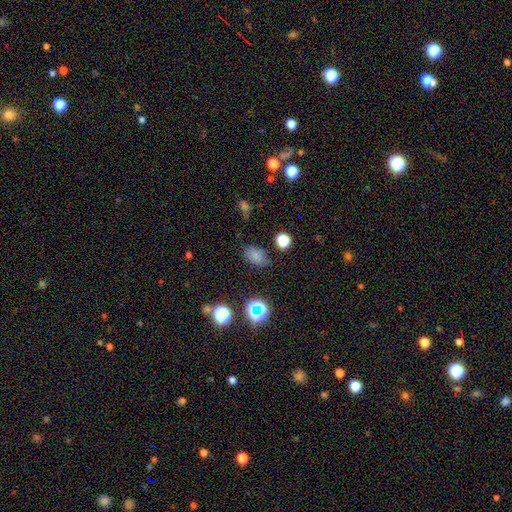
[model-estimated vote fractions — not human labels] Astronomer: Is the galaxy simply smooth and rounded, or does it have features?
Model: smooth — 73%.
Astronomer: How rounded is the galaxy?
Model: in between — 82%.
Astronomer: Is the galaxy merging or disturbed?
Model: none — 73%.